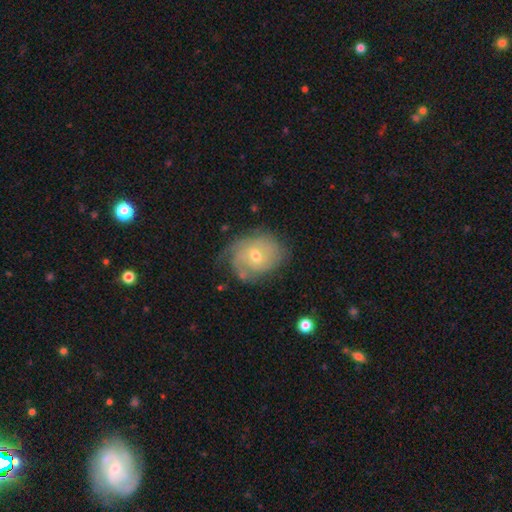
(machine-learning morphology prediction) Smooth or featured? Predicted: featured or disk (p=0.64). Edge-on disk? Predicted: no (p=0.96). Bar? Predicted: no (p=0.64). Spiral arms? Predicted: yes (p=0.81). Bulge size? Predicted: moderate (p=0.54). Merging? Predicted: none (p=0.56).